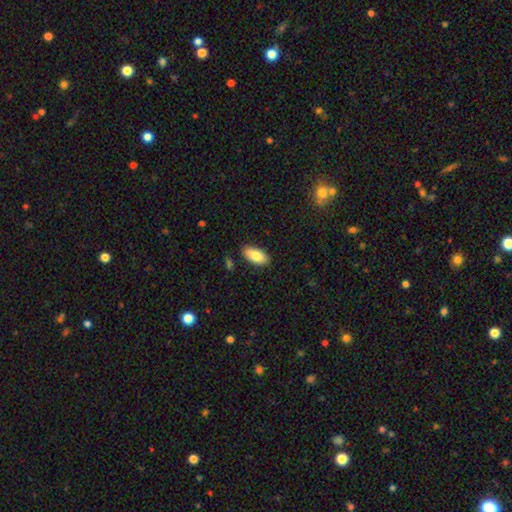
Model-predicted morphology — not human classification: smooth_or_featured: smooth (p=0.82) [alt: featured or disk p=0.12]
how_rounded: in between (p=0.91) [alt: cigar-shaped p=0.07]
merging: none (p=0.86) [alt: minor disturbance p=0.10]